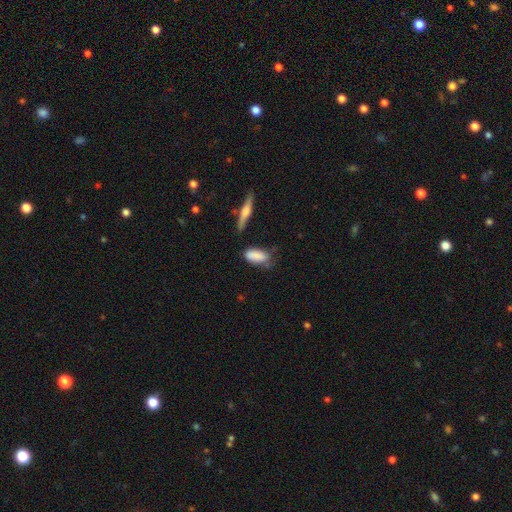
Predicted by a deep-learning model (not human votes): Smooth or featured: smooth — 83% (featured or disk — 10%)
How rounded: in between — 79% (cigar-shaped — 18%)
Merging: none — 54% (minor disturbance — 31%)